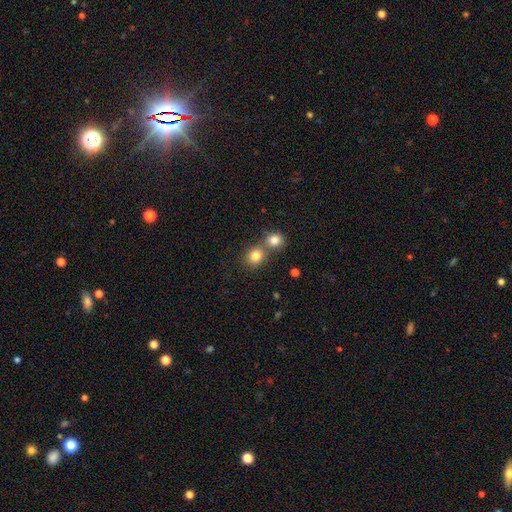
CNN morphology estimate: type=smooth (81%); roundness=round (79%); merging=none (50%).